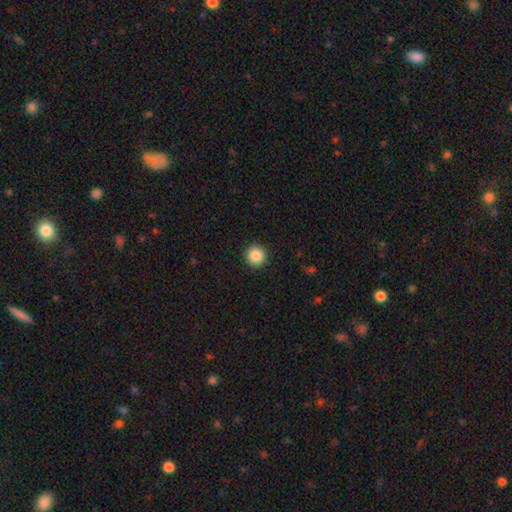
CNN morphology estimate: Smooth or featured?
  - smooth: 87% *
  - star or artifact: 9%
  - featured or disk: 4%
How rounded?
  - round: 96% *
  - in between: 3%
  - cigar-shaped: 1%
Merging?
  - none: 93% *
  - minor disturbance: 5%
  - major disturbance: 2%
  - merger: 1%